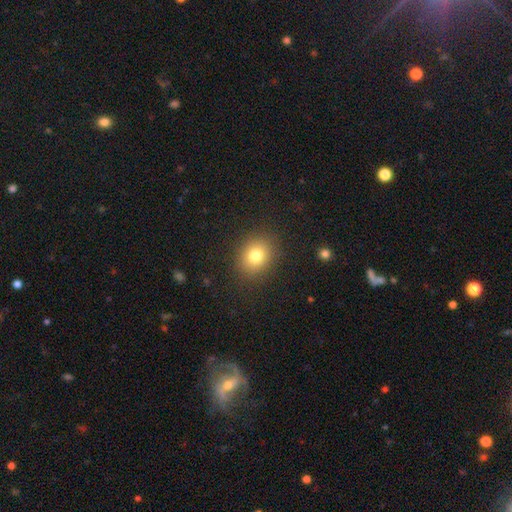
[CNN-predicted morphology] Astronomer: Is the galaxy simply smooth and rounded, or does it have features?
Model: smooth — 78%.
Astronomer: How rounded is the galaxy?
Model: round — 63%.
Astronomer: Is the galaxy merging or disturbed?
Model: none — 88%.